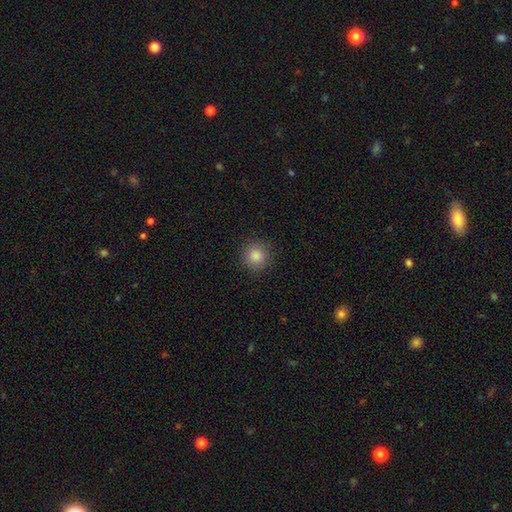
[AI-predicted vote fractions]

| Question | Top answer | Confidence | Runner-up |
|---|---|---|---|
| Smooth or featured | smooth | 85% | star or artifact (11%) |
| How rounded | round | 94% | in between (5%) |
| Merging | none | 90% | minor disturbance (6%) |